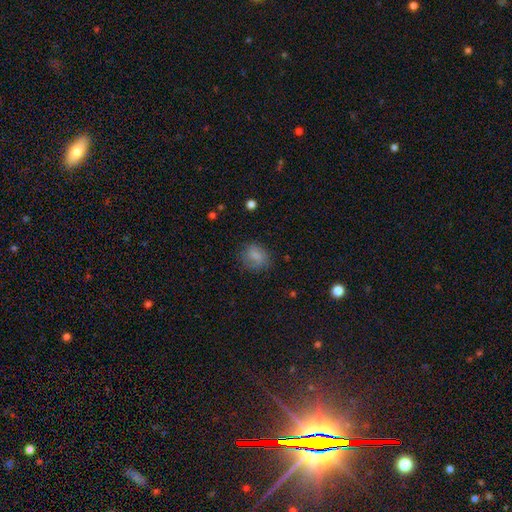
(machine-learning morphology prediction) Overall: smooth (75%). How rounded: round (58%; in between 41%). Merging: none (66%).